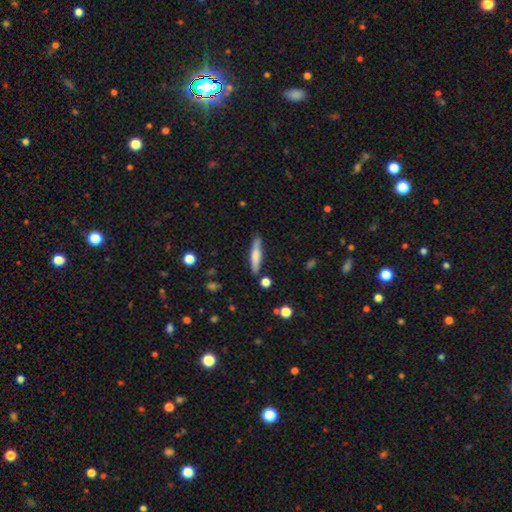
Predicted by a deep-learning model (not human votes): The model was most divided on "smooth or featured": smooth: 62%, featured or disk: 32%, star or artifact: 6%. More confident: merging — none (85%); how rounded — cigar-shaped (85%).